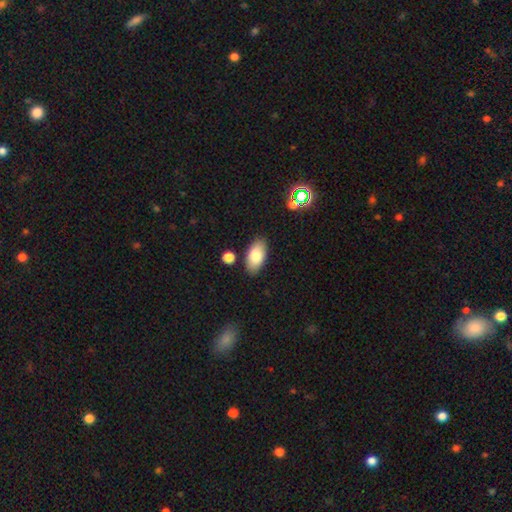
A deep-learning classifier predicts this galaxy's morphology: The model was most divided on "smooth or featured": smooth: 80%, featured or disk: 13%, star or artifact: 7%. More confident: how rounded — in between (94%); merging — none (85%).